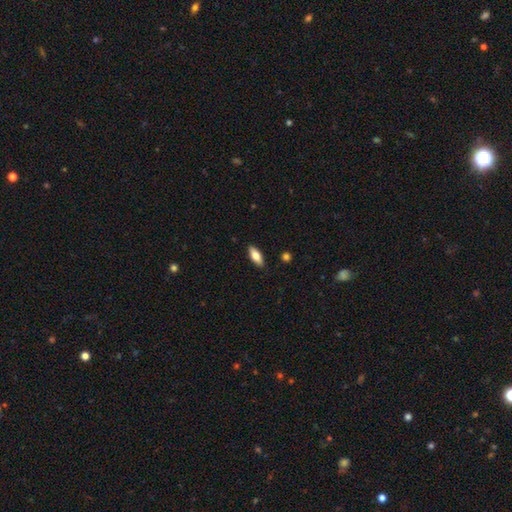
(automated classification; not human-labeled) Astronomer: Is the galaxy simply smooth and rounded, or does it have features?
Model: smooth — 75%.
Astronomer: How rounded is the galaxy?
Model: in between — 76%.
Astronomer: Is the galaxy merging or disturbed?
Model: none — 88%.